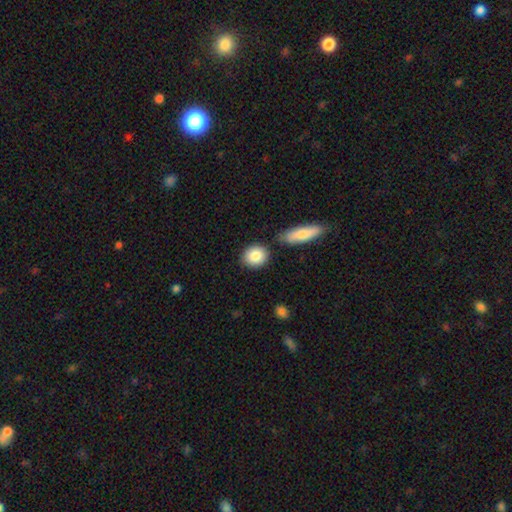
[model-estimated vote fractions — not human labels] A smooth galaxy with no disk features (85%) that is round (66%).

Vote fractions:
- Smooth or featured? smooth: 85% / featured or disk: 8% / star or artifact: 6%
- How rounded? round: 66% / in between: 32% / cigar-shaped: 2%
- Merging? none: 78% / minor disturbance: 11% / merger: 9% / major disturbance: 3%